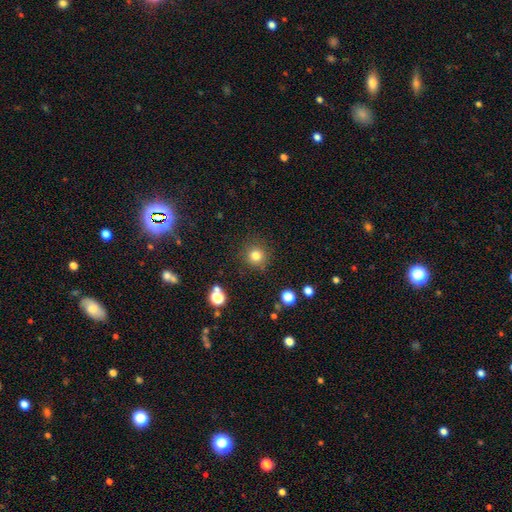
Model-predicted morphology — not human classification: Q: Smooth or featured?
A: smooth (81%); runner-up: star or artifact (13%)
Q: How rounded?
A: round (94%); runner-up: in between (5%)
Q: Merging?
A: none (87%); runner-up: minor disturbance (8%)